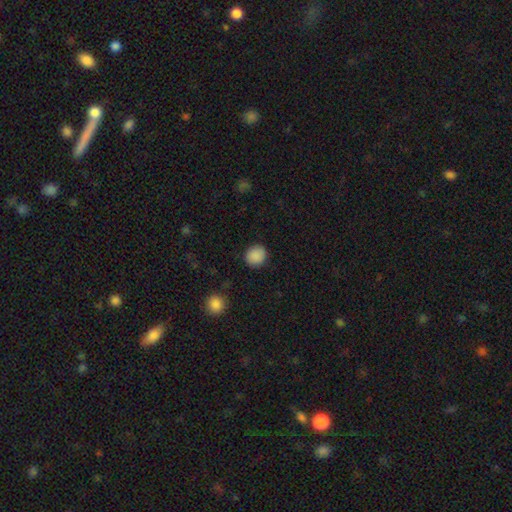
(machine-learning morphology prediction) type=smooth (89%); roundness=round (80%); merging=none (89%).